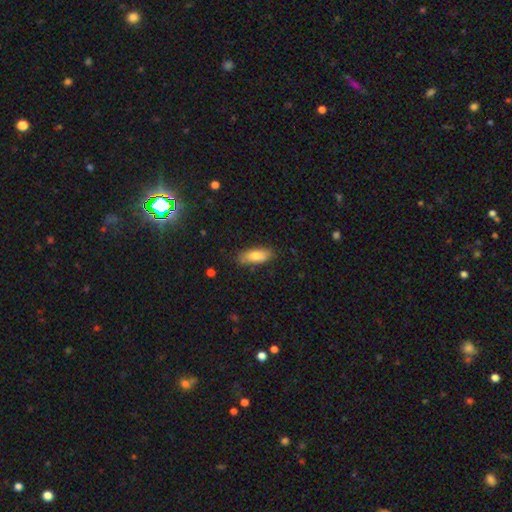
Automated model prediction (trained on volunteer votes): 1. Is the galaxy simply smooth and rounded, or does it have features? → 77% smooth, 16% featured or disk, 7% star or artifact.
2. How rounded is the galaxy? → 76% in between, 22% cigar-shaped, 2% round.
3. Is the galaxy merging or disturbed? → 79% none, 16% minor disturbance, 3% major disturbance, 2% merger.